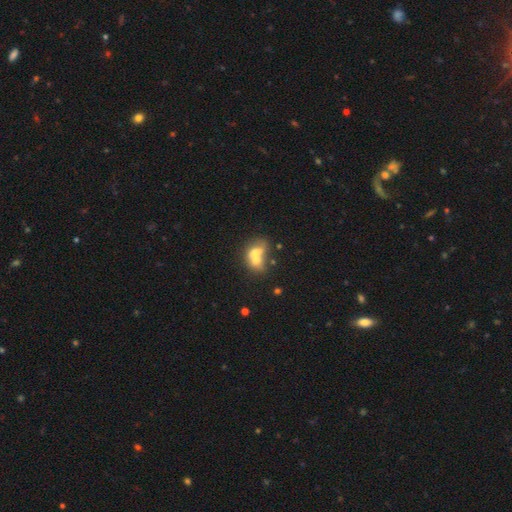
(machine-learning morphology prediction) A smooth galaxy with no disk features (60%) that is in between round and cigar-shaped (55%). Merging: merger (74%).